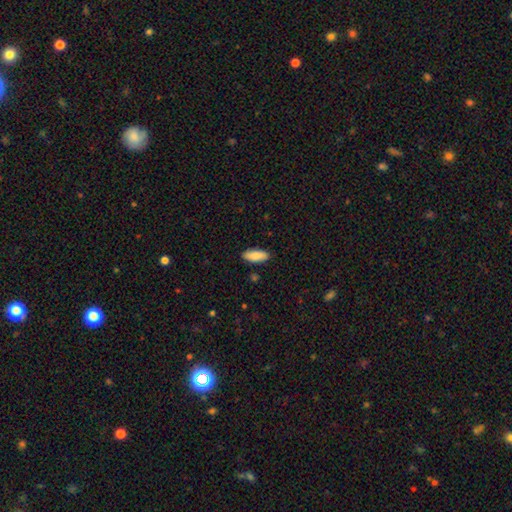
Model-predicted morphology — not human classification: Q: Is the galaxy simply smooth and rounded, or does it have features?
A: smooth — 85%.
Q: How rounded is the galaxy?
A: in between — 78%.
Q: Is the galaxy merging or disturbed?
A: none — 88%.